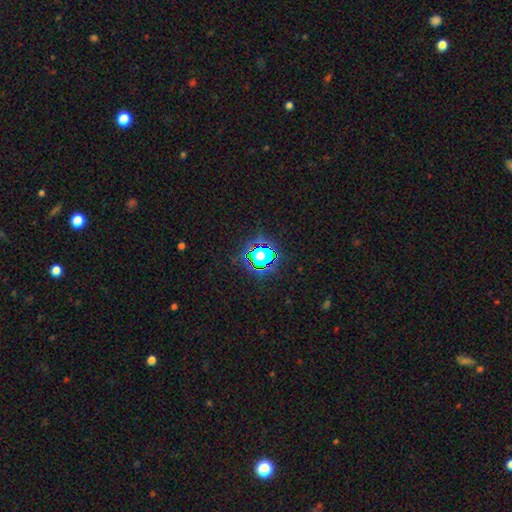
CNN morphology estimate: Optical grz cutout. It shows a star or artifact, not a galaxy (76%).